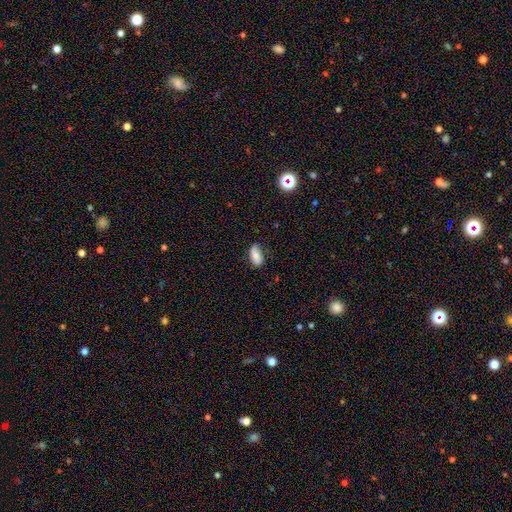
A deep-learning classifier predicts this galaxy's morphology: Smooth or featured?
  - smooth: 75% *
  - featured or disk: 17%
  - star or artifact: 8%
How rounded?
  - in between: 90% *
  - cigar-shaped: 7%
  - round: 4%
Merging?
  - none: 65% *
  - minor disturbance: 26%
  - major disturbance: 7%
  - merger: 2%